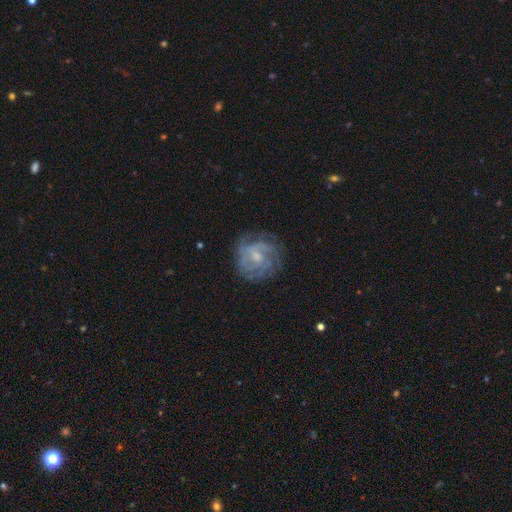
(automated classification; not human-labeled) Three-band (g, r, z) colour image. It shows a featured or disk galaxy (75%) with no bar (60%), tight (59%) spiral arms (83%) and a small central bulge (50%). Merging: none (68%).